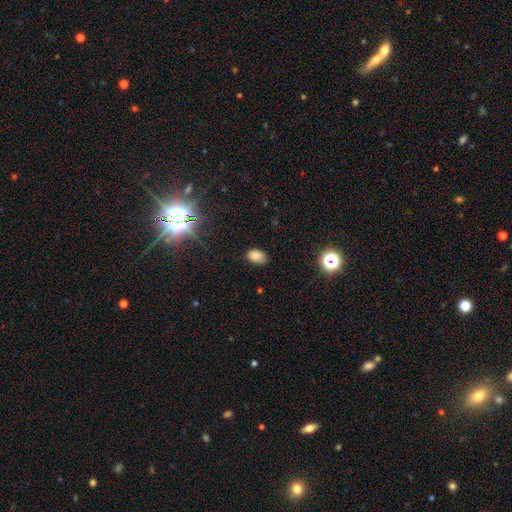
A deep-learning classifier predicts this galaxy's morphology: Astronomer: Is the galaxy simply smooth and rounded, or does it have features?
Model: smooth — 79%.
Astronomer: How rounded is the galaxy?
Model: in between — 87%.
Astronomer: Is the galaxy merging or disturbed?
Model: none — 74%.